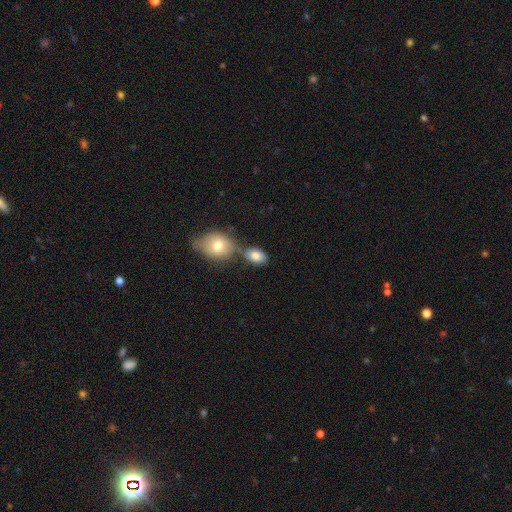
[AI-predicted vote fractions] Smooth or featured? Predicted: smooth (p=0.82). How rounded? Predicted: in between (p=0.83). Merging? Predicted: none (p=0.55).